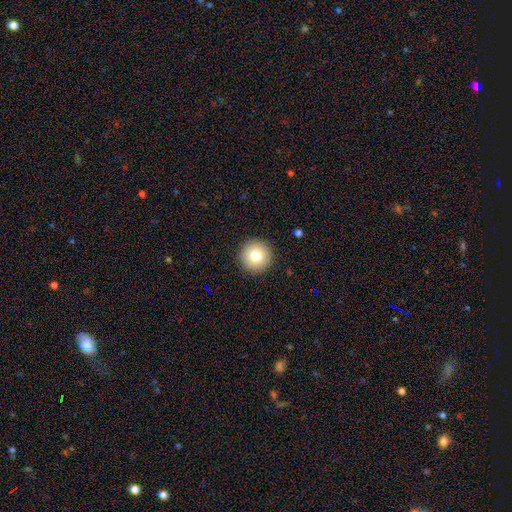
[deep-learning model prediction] Q: Smooth or featured?
A: smooth (78%); runner-up: featured or disk (12%)
Q: How rounded?
A: round (96%); runner-up: in between (3%)
Q: Merging?
A: none (92%); runner-up: minor disturbance (5%)